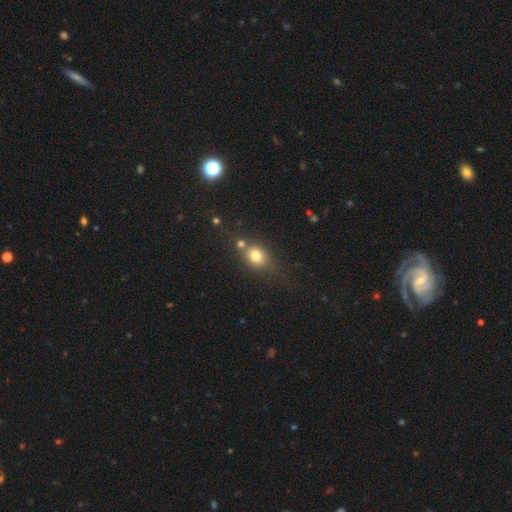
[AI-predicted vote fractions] Q: Smooth or featured?
A: smooth (76%); runner-up: star or artifact (13%)
Q: How rounded?
A: round (60%); runner-up: in between (38%)
Q: Merging?
A: none (54%); runner-up: merger (25%)